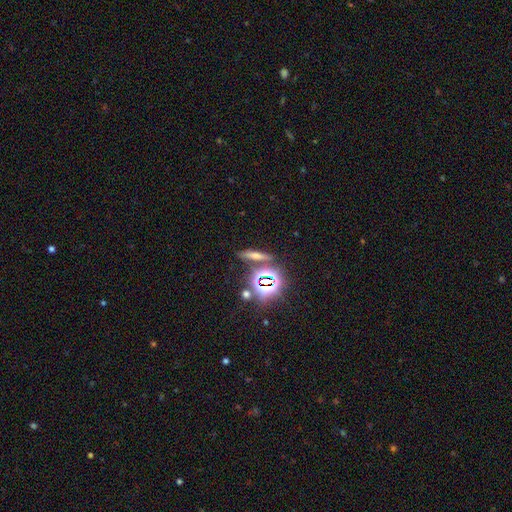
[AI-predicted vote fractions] Smooth or featured?
  - smooth: 44% *
  - star or artifact: 32%
  - featured or disk: 24%
Merging?
  - none: 78% *
  - minor disturbance: 10%
  - merger: 9%
  - major disturbance: 4%